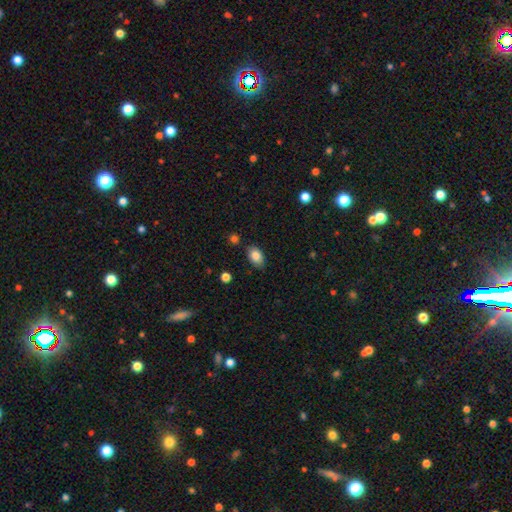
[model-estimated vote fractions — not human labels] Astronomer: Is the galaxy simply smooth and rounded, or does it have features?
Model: smooth — 85%.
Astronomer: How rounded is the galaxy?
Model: in between — 88%.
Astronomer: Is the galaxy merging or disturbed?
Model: none — 80%.